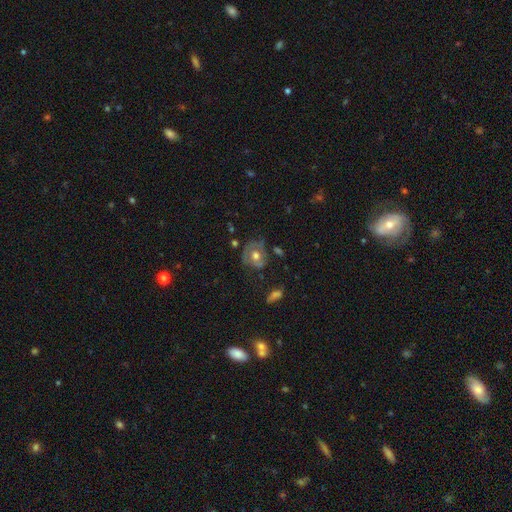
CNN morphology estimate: Overall: featured or disk (50%; smooth 42%). Edge-on disk: no (96%). Merging: none (54%; minor disturbance 26%).